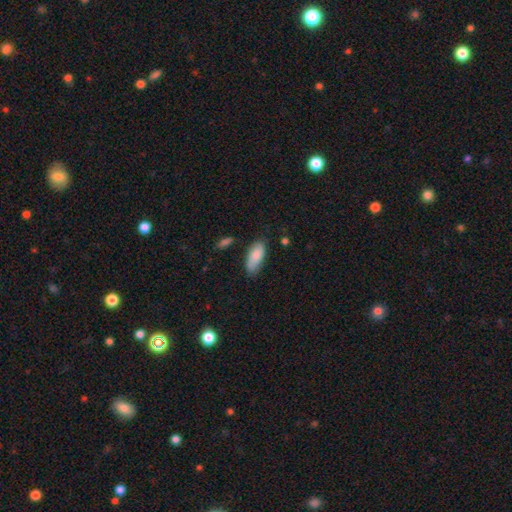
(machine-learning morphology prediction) This is clearly a smooth galaxy (82%). How rounded: clearly in between (84%). Merging: likely none (72%).